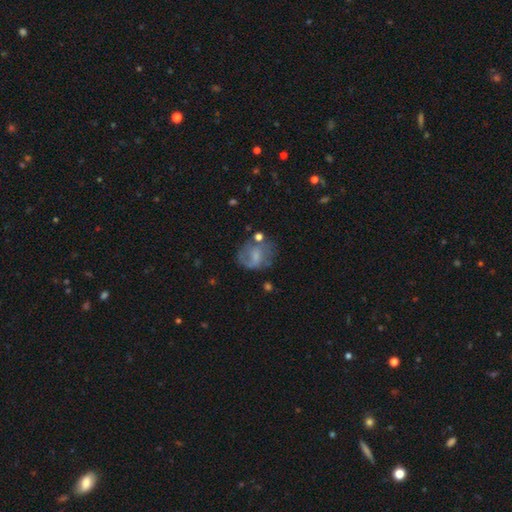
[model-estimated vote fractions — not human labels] Overall: smooth (47%; featured or disk 42%). Merging: none (44%; minor disturbance 25%).